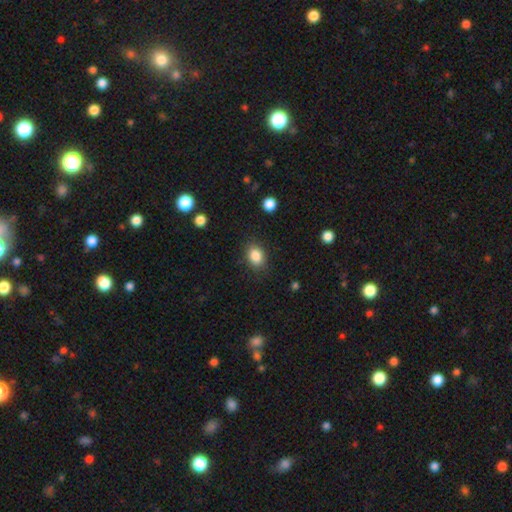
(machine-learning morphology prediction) A smooth galaxy with no disk features (86%) that is in between round and cigar-shaped (64%).

Vote fractions:
- Smooth or featured? smooth: 86% / star or artifact: 9% / featured or disk: 5%
- How rounded? in between: 64% / round: 35% / cigar-shaped: 1%
- Merging? none: 83% / minor disturbance: 12% / major disturbance: 4% / merger: 1%